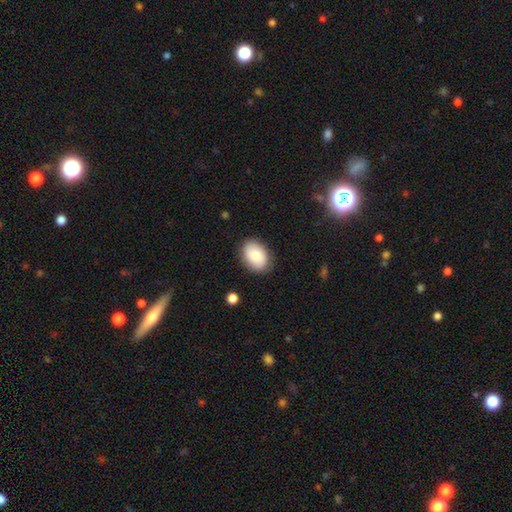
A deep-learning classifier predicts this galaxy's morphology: Smooth or featured?
  - smooth: 80% *
  - featured or disk: 13%
  - star or artifact: 7%
How rounded?
  - in between: 80% *
  - round: 19%
  - cigar-shaped: 1%
Merging?
  - none: 85% *
  - minor disturbance: 11%
  - major disturbance: 3%
  - merger: 1%